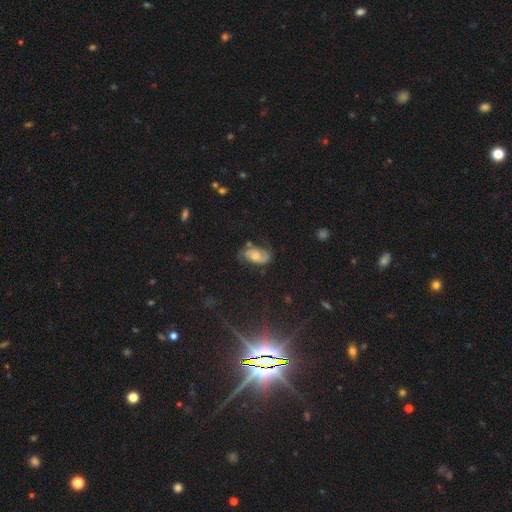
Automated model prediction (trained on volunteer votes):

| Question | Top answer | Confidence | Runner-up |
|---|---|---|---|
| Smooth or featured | featured or disk | 59% | smooth (32%) |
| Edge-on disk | no | 95% | yes (5%) |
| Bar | no | 63% | weak (31%) |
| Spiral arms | yes | 89% | no (11%) |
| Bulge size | moderate | 41% | small (24%) |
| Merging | none | 62% | minor disturbance (24%) |